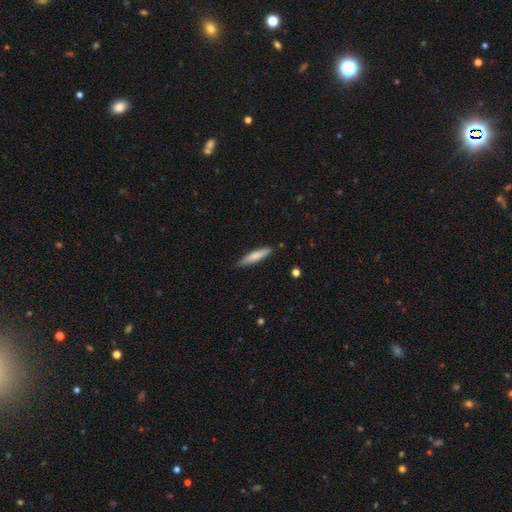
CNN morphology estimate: This is likely a smooth galaxy (73%). How rounded: clearly cigar-shaped (86%). Merging: clearly none (87%).